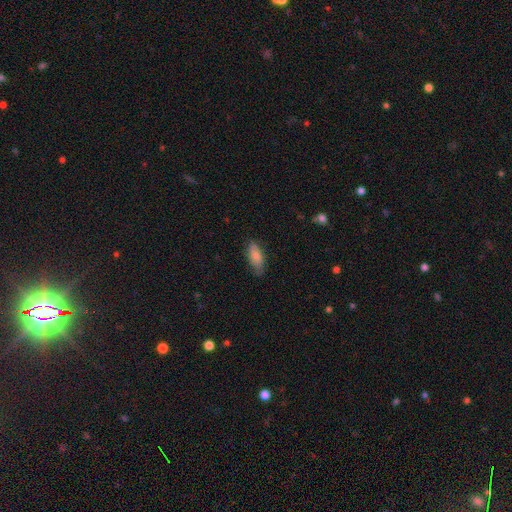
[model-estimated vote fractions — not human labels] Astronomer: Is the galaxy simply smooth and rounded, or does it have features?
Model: smooth — 78%.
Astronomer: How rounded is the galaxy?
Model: in between — 81%.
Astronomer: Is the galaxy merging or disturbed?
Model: none — 72%.